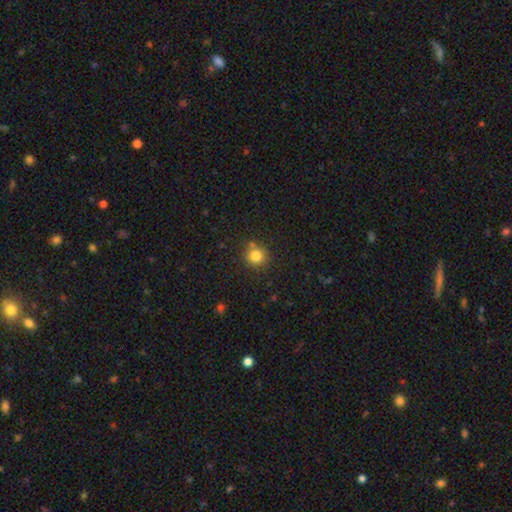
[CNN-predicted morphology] Q: Smooth or featured?
A: smooth (81%); runner-up: star or artifact (13%)
Q: How rounded?
A: round (91%); runner-up: in between (8%)
Q: Merging?
A: none (78%); runner-up: merger (10%)